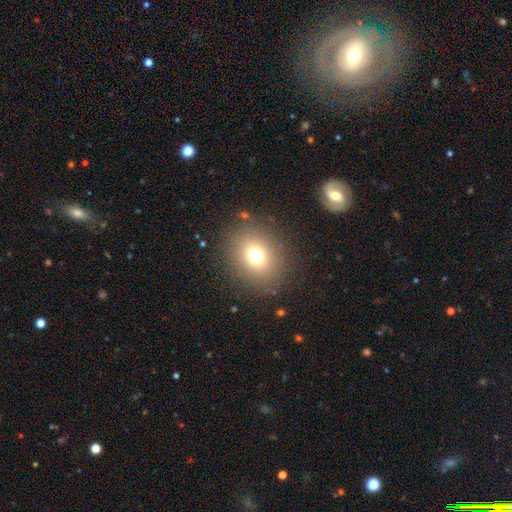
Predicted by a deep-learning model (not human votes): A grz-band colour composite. It shows a smooth galaxy with no disk features (72%) that is round (62%). Merging: none (86%).